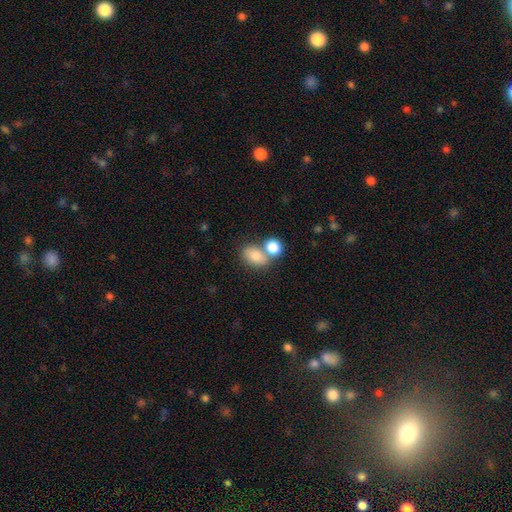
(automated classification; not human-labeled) A smooth galaxy with no disk features (80%) that is in between round and cigar-shaped (72%). Merging: merger (48%).